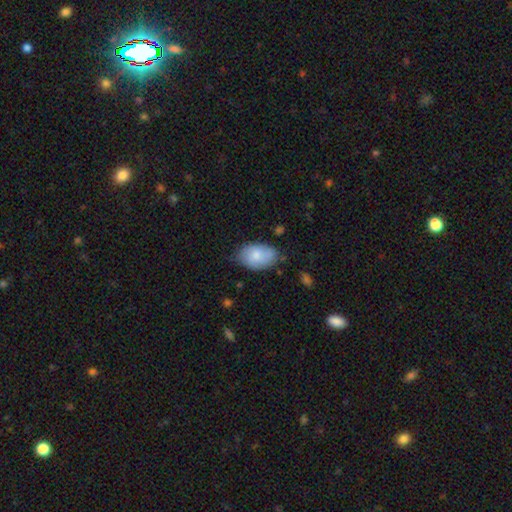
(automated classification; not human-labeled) Morphology: type=smooth (74%); roundness=in between (90%); merging=none (65%).